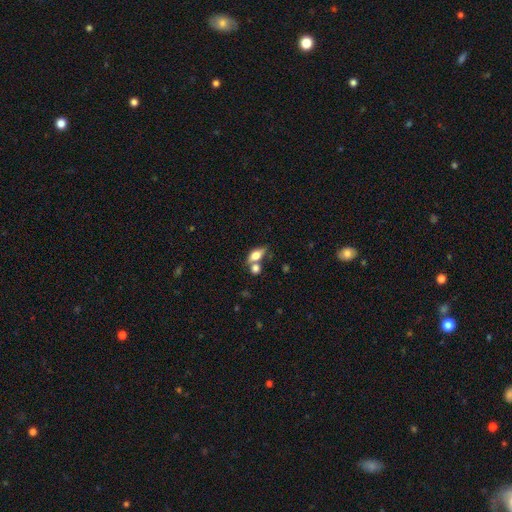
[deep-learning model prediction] Smooth or featured?
  - smooth: 65% *
  - featured or disk: 26%
  - star or artifact: 9%
How rounded?
  - in between: 76% *
  - cigar-shaped: 14%
  - round: 11%
Merging?
  - none: 49% *
  - merger: 32%
  - minor disturbance: 13%
  - major disturbance: 6%